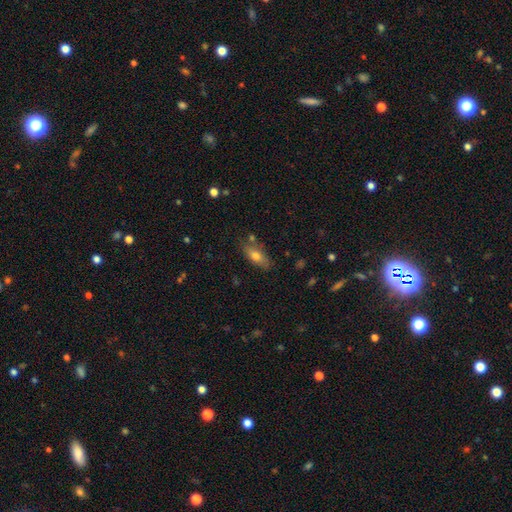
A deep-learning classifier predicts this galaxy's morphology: A smooth galaxy with no disk features (71%) that is in between round and cigar-shaped (77%).

Vote fractions:
- Smooth or featured? smooth: 71% / featured or disk: 22% / star or artifact: 7%
- How rounded? in between: 77% / cigar-shaped: 20% / round: 4%
- Merging? none: 73% / minor disturbance: 17% / merger: 7% / major disturbance: 4%